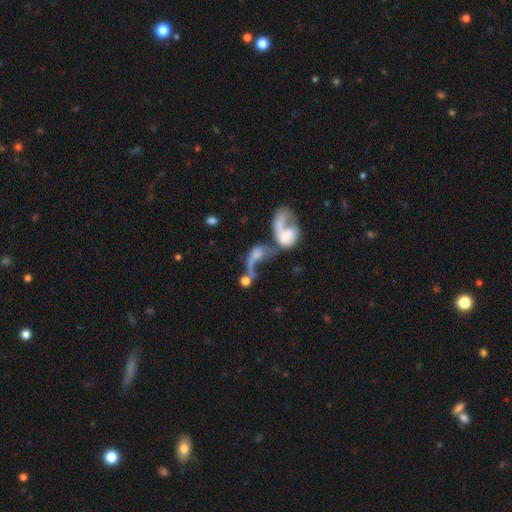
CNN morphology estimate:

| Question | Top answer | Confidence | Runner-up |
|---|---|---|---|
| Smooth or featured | featured or disk | 52% | smooth (36%) |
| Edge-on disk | no | 94% | yes (6%) |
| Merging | merger | 74% | major disturbance (14%) |